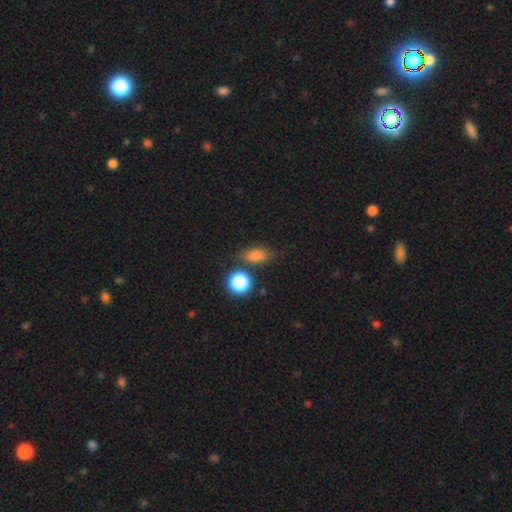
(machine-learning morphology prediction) Smooth or featured? Predicted: smooth (p=0.75). How rounded? Predicted: in between (p=0.70). Merging? Predicted: none (p=0.74).